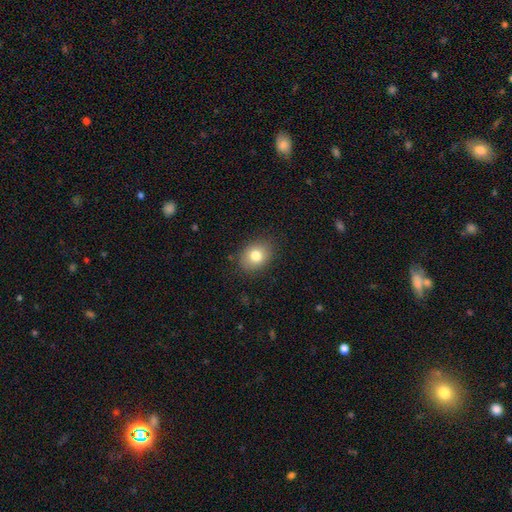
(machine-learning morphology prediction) smooth 79%, featured or disk 11%, star or artifact 10%. Down the decision tree: how rounded — in between (57%); merging — none (85%).